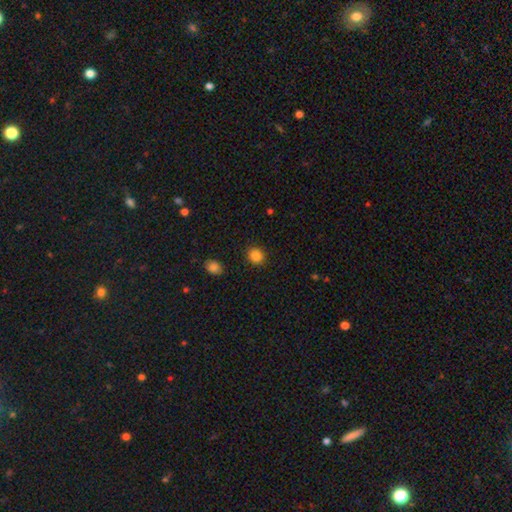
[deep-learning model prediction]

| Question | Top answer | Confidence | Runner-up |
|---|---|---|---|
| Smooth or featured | smooth | 86% | star or artifact (10%) |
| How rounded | round | 73% | in between (26%) |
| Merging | none | 89% | minor disturbance (8%) |